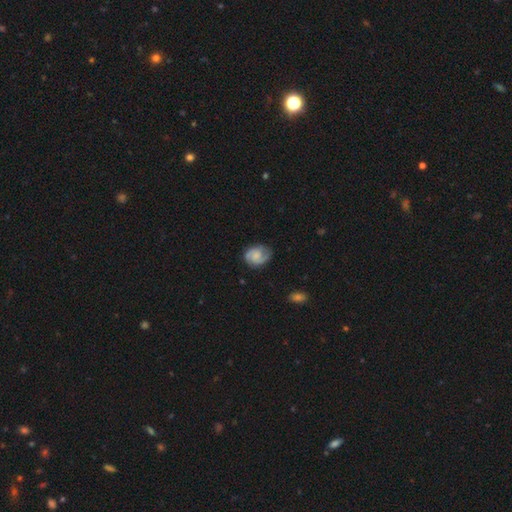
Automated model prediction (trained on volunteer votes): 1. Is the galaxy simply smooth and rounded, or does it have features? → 73% featured or disk, 20% smooth, 7% star or artifact.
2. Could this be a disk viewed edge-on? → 98% no, 2% yes.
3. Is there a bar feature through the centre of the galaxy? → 56% no, 38% weak, 6% strong.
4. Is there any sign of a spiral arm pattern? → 96% yes, 4% no.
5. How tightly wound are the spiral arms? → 48% medium, 36% tight, 16% loose.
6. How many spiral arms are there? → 84% 2, 6% can't tell, 4% 3, 3% 1, 1% 4, 1% more than 4.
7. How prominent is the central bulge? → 38% none, 33% small, 22% moderate, 6% large, 2% dominant.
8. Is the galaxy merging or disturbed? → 77% none, 17% minor disturbance, 5% major disturbance, 1% merger.